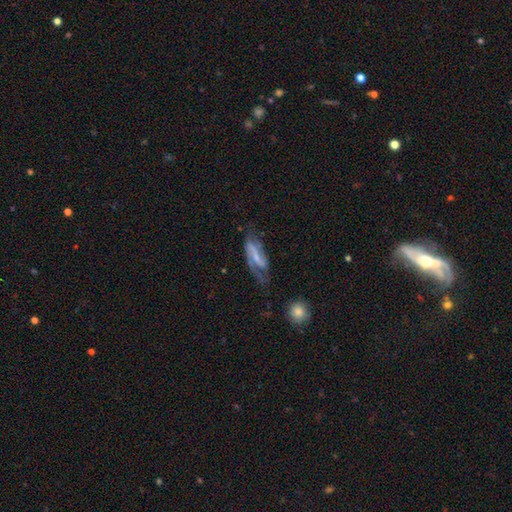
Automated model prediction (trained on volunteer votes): Q: Smooth or featured?
A: featured or disk (76%); runner-up: smooth (17%)
Q: Edge-on disk?
A: no (91%); runner-up: yes (9%)
Q: Bar?
A: strong (47%); runner-up: weak (34%)
Q: Spiral arms?
A: yes (90%); runner-up: no (10%)
Q: Spiral winding?
A: medium (44%); runner-up: loose (35%)
Q: Spiral arm count?
A: 2 (78%); runner-up: 1 (13%)
Q: Bulge size?
A: small (51%); runner-up: none (24%)
Q: Merging?
A: none (53%); runner-up: minor disturbance (25%)